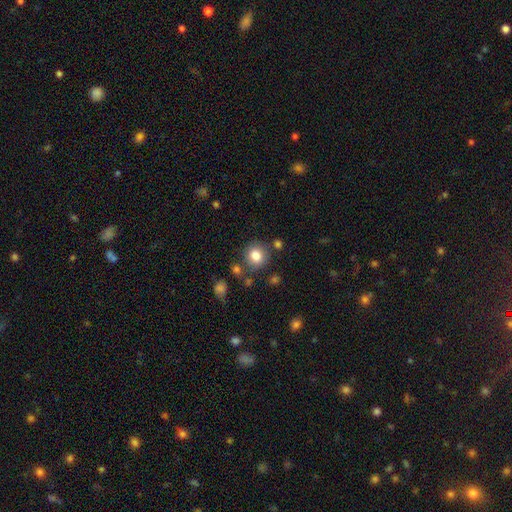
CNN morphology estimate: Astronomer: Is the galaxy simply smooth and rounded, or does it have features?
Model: smooth — 82%.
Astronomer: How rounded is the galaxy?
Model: round — 83%.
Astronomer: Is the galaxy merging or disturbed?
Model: none — 79%.